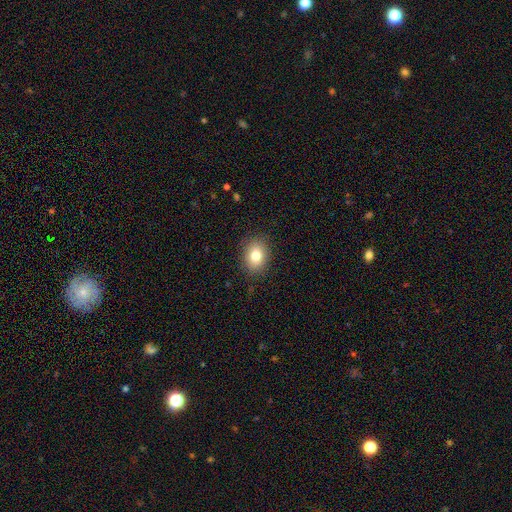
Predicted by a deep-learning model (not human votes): This is likely a smooth galaxy (80%). How rounded: possibly in between (56%). Merging: clearly none (87%).